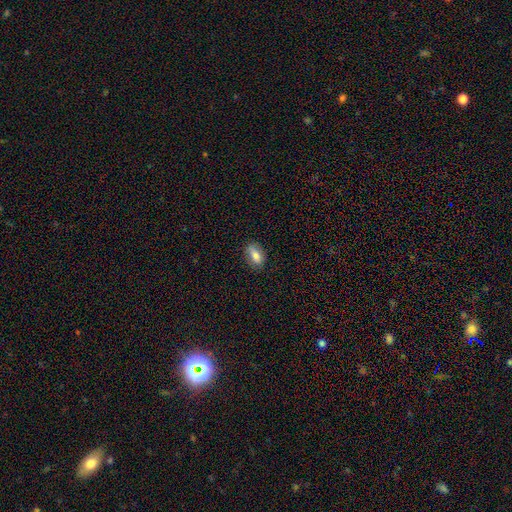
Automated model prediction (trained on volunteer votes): Smooth or featured? smooth (76%)
How rounded? in between (85%)
Merging? none (81%)